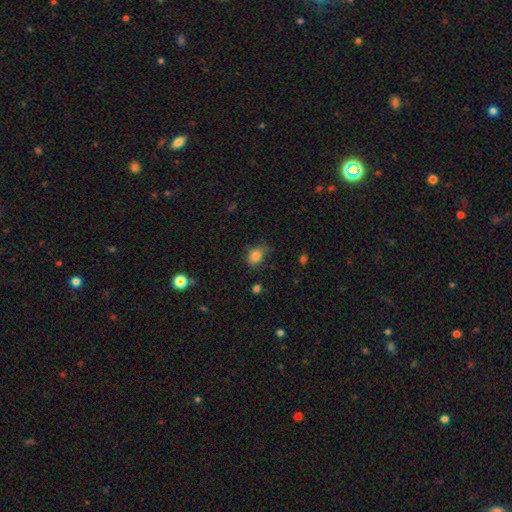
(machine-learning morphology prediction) A smooth galaxy with no disk features (81%) that is in between round and cigar-shaped (56%).

Vote fractions:
- Smooth or featured? smooth: 81% / star or artifact: 12% / featured or disk: 7%
- How rounded? in between: 56% / round: 43% / cigar-shaped: 1%
- Merging? none: 57% / minor disturbance: 31% / major disturbance: 9% / merger: 2%